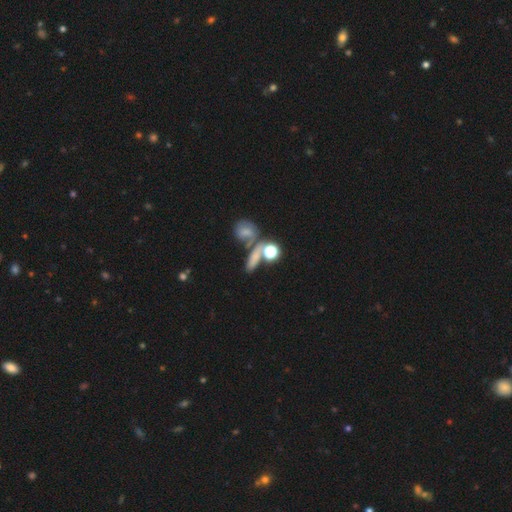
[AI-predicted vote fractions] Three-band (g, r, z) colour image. It shows a smooth galaxy with no disk features (61%) that is round (44%). Merging: none (47%).